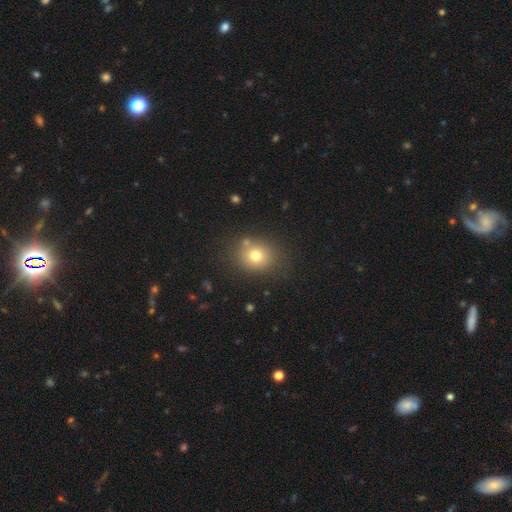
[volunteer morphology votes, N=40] Smooth or featured? smooth (65%)
How rounded? round (77%)
Merging? none (75%)